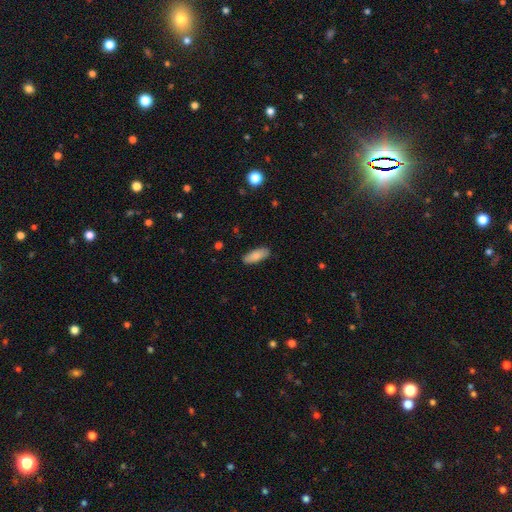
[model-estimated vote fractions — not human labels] The model was most divided on "how rounded": in between: 77%, cigar-shaped: 21%, round: 2%. More confident: merging — none (87%); smooth or featured — smooth (84%).